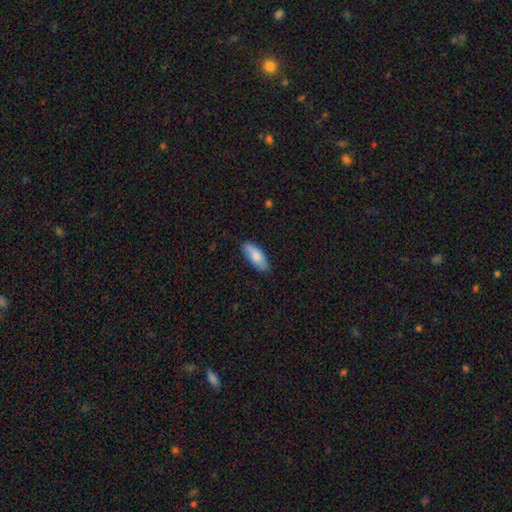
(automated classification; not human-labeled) A smooth galaxy with no disk features (81%) that is in between round and cigar-shaped (75%).

Vote fractions:
- Smooth or featured? smooth: 81% / featured or disk: 14% / star or artifact: 6%
- How rounded? in between: 75% / cigar-shaped: 23% / round: 2%
- Merging? none: 81% / minor disturbance: 15% / major disturbance: 2% / merger: 1%